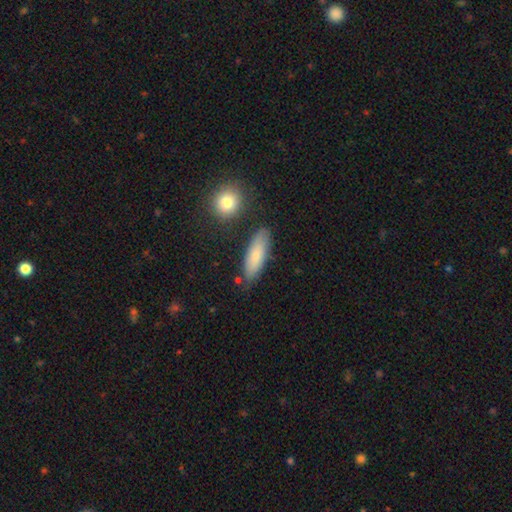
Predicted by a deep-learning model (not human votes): Overall: smooth (79%). How rounded: in between (62%; cigar-shaped 35%). Merging: none (78%).